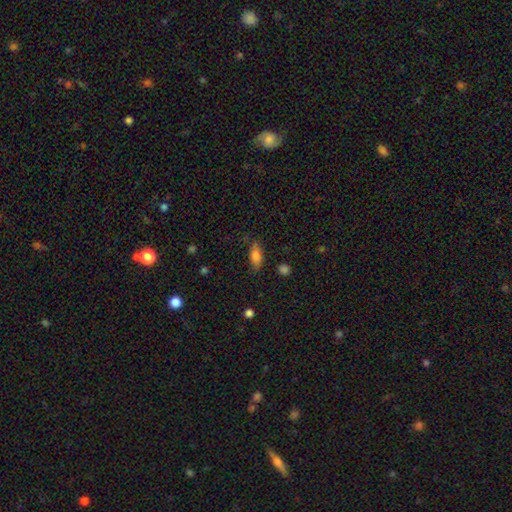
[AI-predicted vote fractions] Smooth or featured: smooth — 80% (featured or disk — 11%)
How rounded: in between — 81% (cigar-shaped — 16%)
Merging: none — 78% (minor disturbance — 16%)